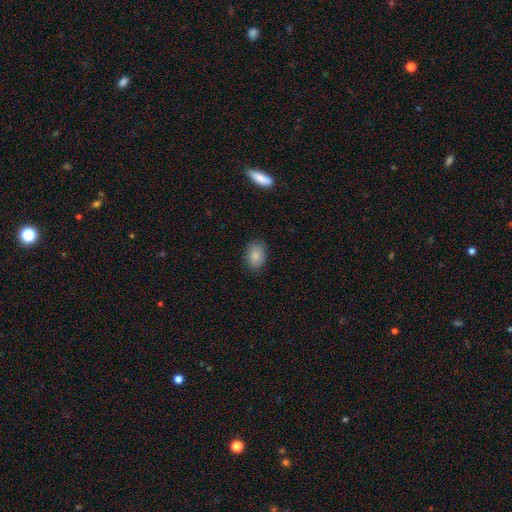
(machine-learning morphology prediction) This appears to be a smooth galaxy with no disk features (85%) that is in between round and cigar-shaped (74%). Merging: none (85%).